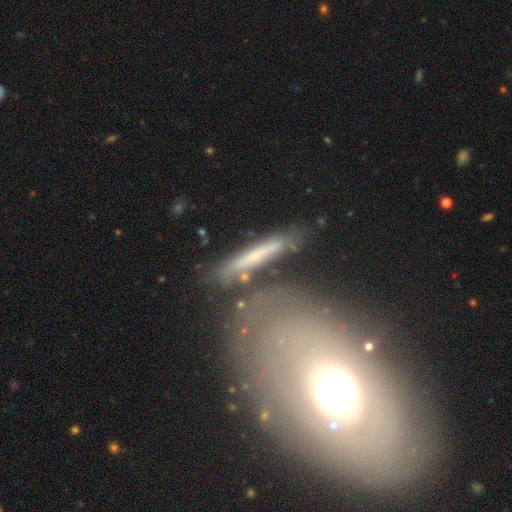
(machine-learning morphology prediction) This is possibly a smooth galaxy (53%). How rounded: clearly cigar-shaped (90%). Merging: likely none (73%).